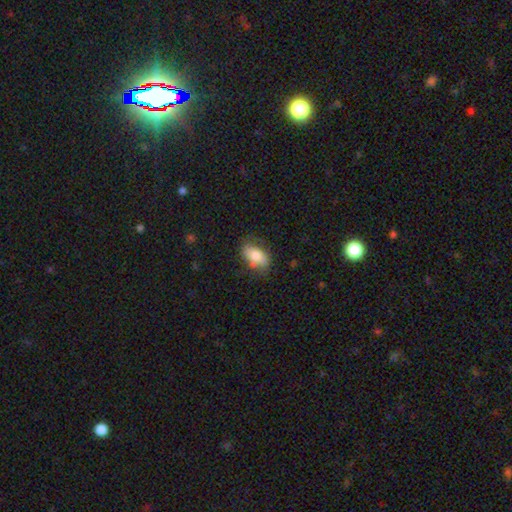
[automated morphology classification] Smooth or featured?
  - smooth: 73% *
  - featured or disk: 20%
  - star or artifact: 7%
How rounded?
  - in between: 89% *
  - round: 8%
  - cigar-shaped: 4%
Merging?
  - none: 69% *
  - minor disturbance: 22%
  - major disturbance: 7%
  - merger: 2%